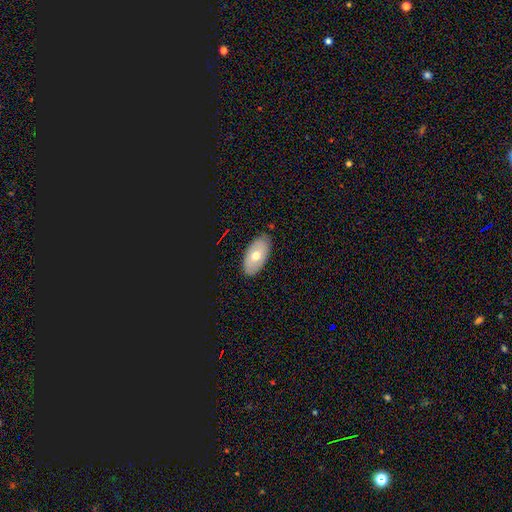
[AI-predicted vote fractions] A smooth galaxy with no disk features (64%) that is in between round and cigar-shaped (94%). Merging: none (85%).